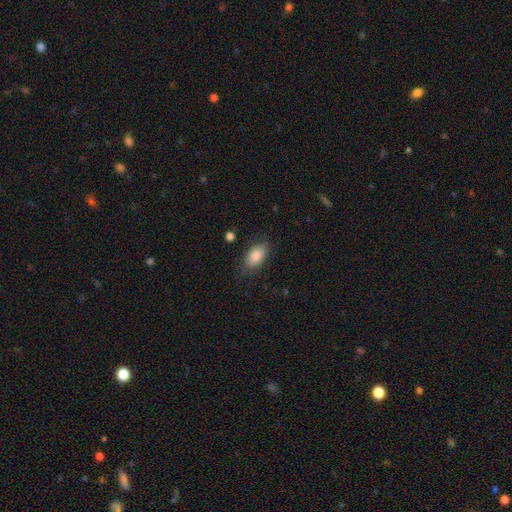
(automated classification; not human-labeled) A smooth galaxy with no disk features (86%) that is in between round and cigar-shaped (91%).

Vote fractions:
- Smooth or featured? smooth: 86% / star or artifact: 7% / featured or disk: 7%
- How rounded? in between: 91% / round: 6% / cigar-shaped: 3%
- Merging? none: 78% / minor disturbance: 16% / major disturbance: 5% / merger: 1%